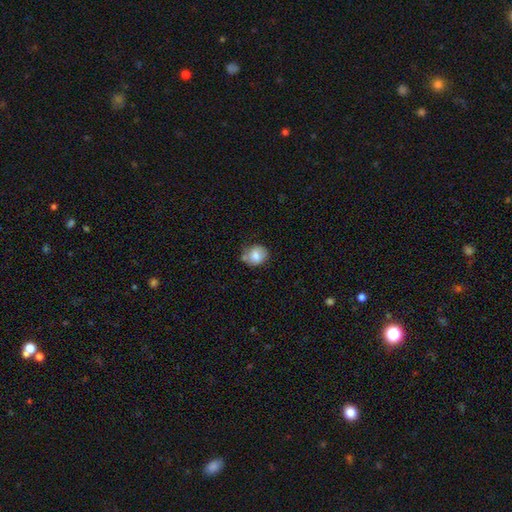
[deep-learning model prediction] smooth_or_featured: smooth (p=0.77) [alt: featured or disk p=0.15]
how_rounded: round (p=0.66) [alt: in between p=0.33]
merging: none (p=0.60) [alt: minor disturbance p=0.25]